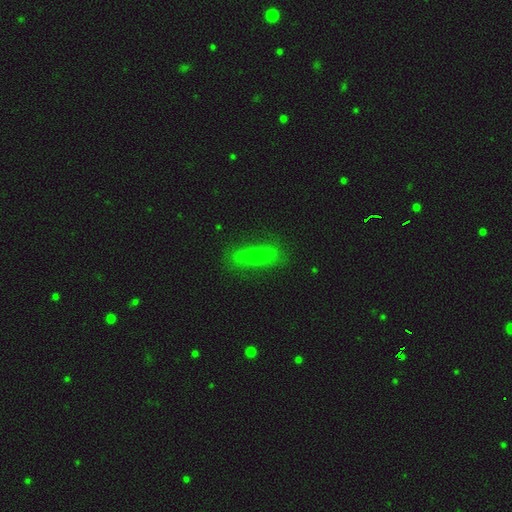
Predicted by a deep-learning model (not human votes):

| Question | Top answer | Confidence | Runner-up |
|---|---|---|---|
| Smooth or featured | smooth | 47% | featured or disk (42%) |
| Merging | none | 81% | minor disturbance (14%) |